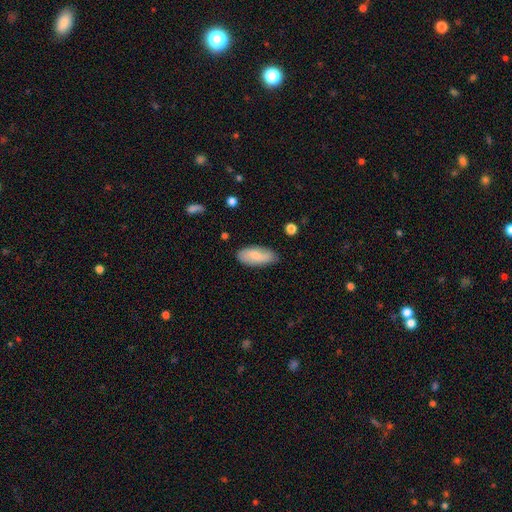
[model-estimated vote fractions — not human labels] Overall: smooth (77%). How rounded: in between (87%). Merging: none (82%).